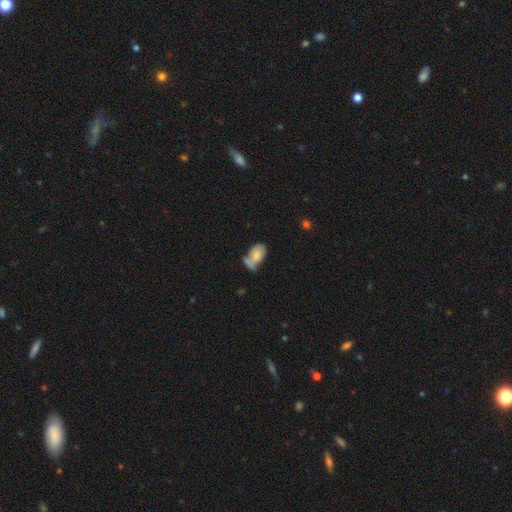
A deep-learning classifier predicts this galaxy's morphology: The model was most divided on "merging": merger: 37%, none: 32%, minor disturbance: 21%, major disturbance: 11%. More confident: how rounded — in between (90%); smooth or featured — smooth (71%).